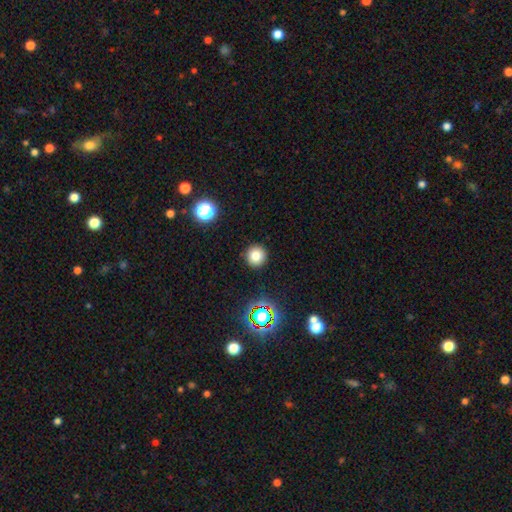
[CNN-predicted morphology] type=smooth (77%); roundness=round (95%); merging=none (92%).